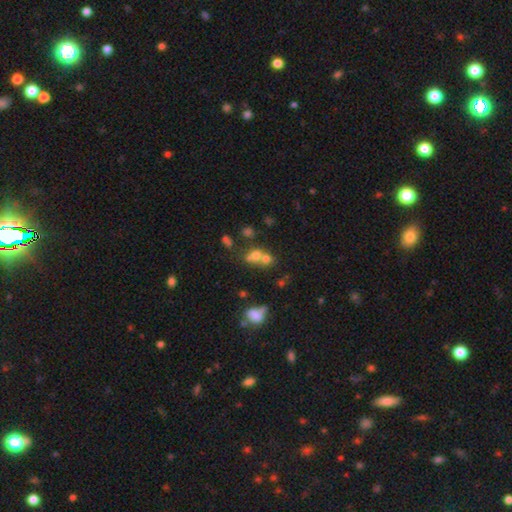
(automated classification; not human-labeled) The model was most divided on "how rounded": round: 64%, in between: 34%, cigar-shaped: 2%. More confident: smooth or featured — smooth (63%); merging — merger (59%).